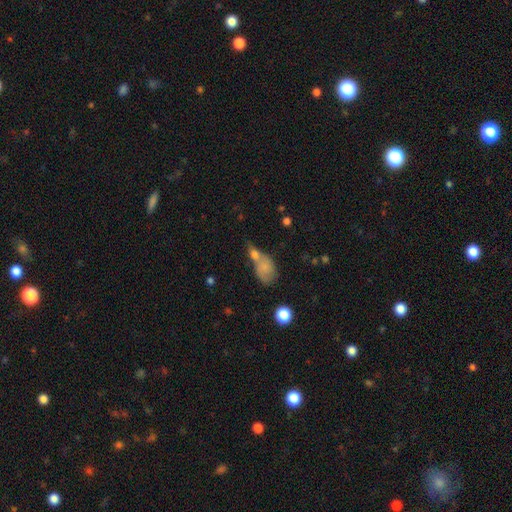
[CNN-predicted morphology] A smooth galaxy with no disk features (65%) that is in between round and cigar-shaped (69%).

Vote fractions:
- Smooth or featured? smooth: 65% / featured or disk: 20% / star or artifact: 16%
- How rounded? in between: 69% / round: 24% / cigar-shaped: 8%
- Merging? merger: 45% / none: 31% / minor disturbance: 14% / major disturbance: 10%